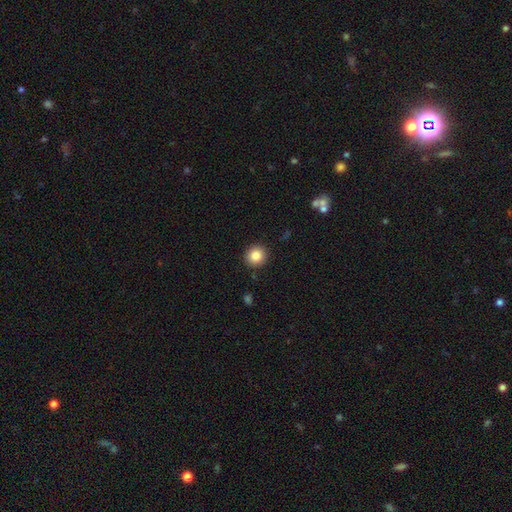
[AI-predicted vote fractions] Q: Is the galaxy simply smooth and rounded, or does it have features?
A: smooth — 86%.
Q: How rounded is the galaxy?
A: round — 91%.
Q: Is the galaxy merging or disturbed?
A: none — 91%.